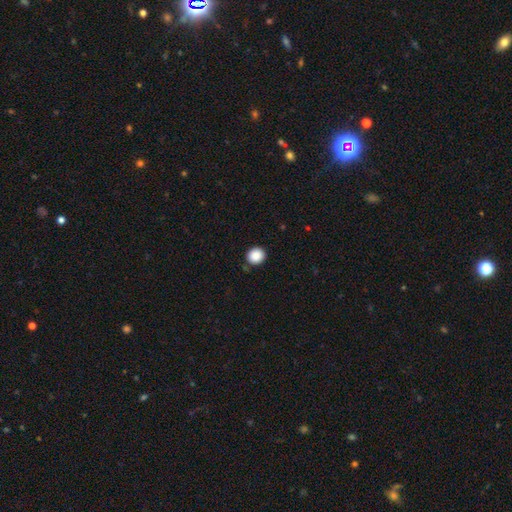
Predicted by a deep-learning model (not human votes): Smooth or featured?
  - smooth: 88% *
  - star or artifact: 9%
  - featured or disk: 3%
How rounded?
  - round: 89% *
  - in between: 10%
  - cigar-shaped: 1%
Merging?
  - none: 88% *
  - minor disturbance: 8%
  - major disturbance: 2%
  - merger: 2%